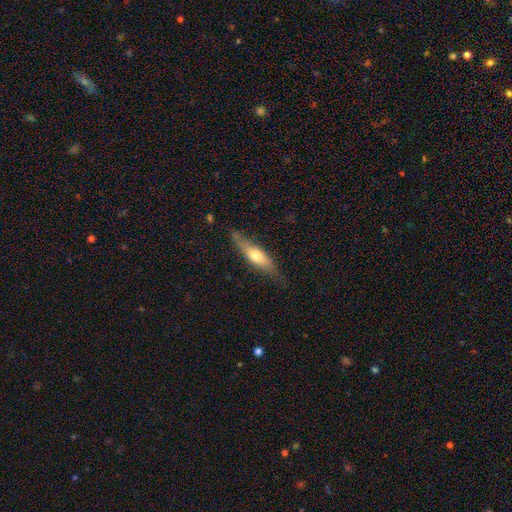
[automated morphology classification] Smooth or featured? smooth (52%)
How rounded? cigar-shaped (70%)
Merging? none (73%)